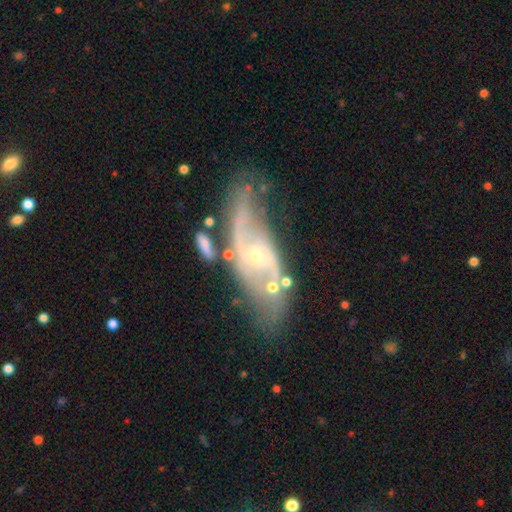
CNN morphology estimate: Smooth or featured: featured or disk — 81% (smooth — 11%)
Edge-on disk: no — 91% (yes — 9%)
Bar: no — 54% (weak — 34%)
Spiral arms: yes — 88% (no — 12%)
Spiral winding: loose — 44% (medium — 38%)
Spiral arm count: 2 — 74% (can't tell — 14%)
Bulge size: small — 73% (moderate — 22%)
Merging: none — 51% (minor disturbance — 22%)